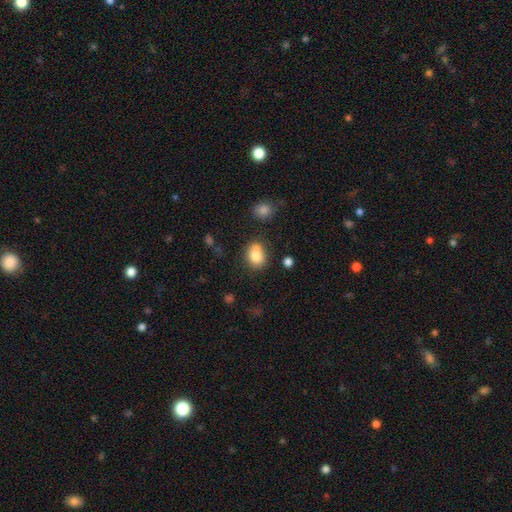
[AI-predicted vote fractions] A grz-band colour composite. It shows a smooth galaxy with no disk features (81%) that is in between round and cigar-shaped (54%). Merging: none (65%).